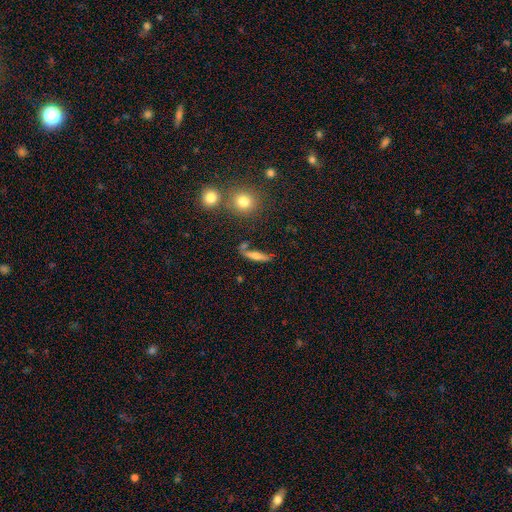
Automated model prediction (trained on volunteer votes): smooth 54%, featured or disk 37%, star or artifact 10%. Down the decision tree: how rounded — cigar-shaped (76%); merging — none (66%).